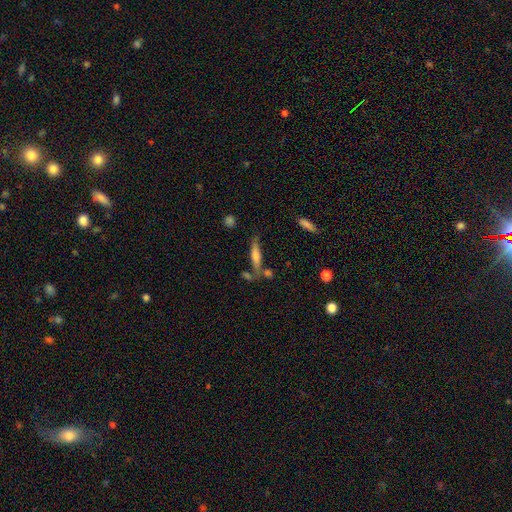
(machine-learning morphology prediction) This is possibly a smooth galaxy (47%). Merging: likely none (61%).